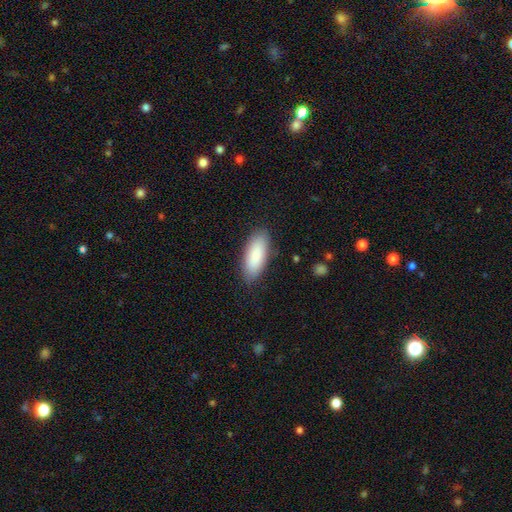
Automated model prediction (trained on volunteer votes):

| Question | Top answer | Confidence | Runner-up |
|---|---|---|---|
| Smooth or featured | smooth | 88% | featured or disk (7%) |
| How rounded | in between | 78% | cigar-shaped (20%) |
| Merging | none | 87% | minor disturbance (10%) |